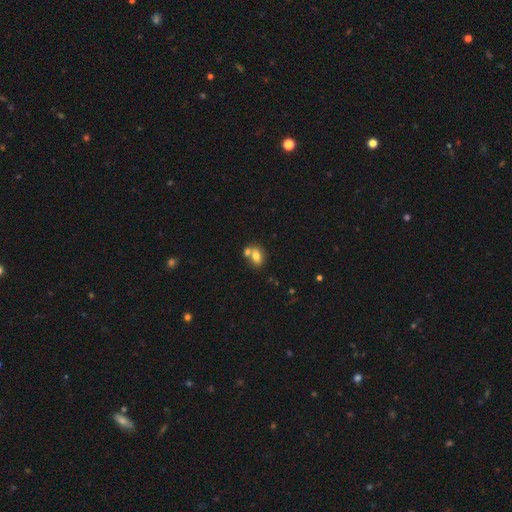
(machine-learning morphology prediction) Smooth or featured? Predicted: smooth (p=0.76). How rounded? Predicted: in between (p=0.68). Merging? Predicted: none (p=0.45).